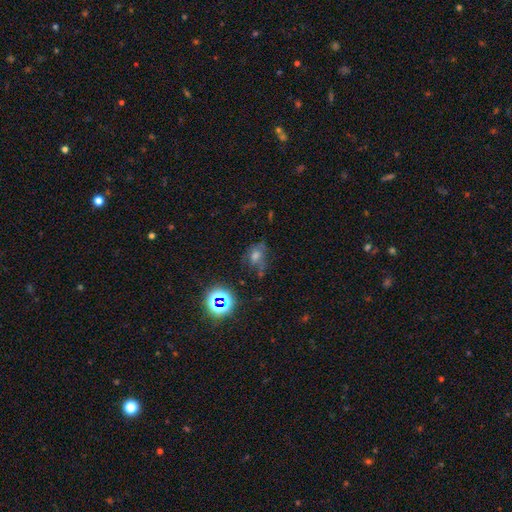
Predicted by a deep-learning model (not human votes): Smooth or featured?
  - smooth: 46% *
  - star or artifact: 35%
  - featured or disk: 19%
Merging?
  - none: 51% *
  - minor disturbance: 25%
  - major disturbance: 17%
  - merger: 7%